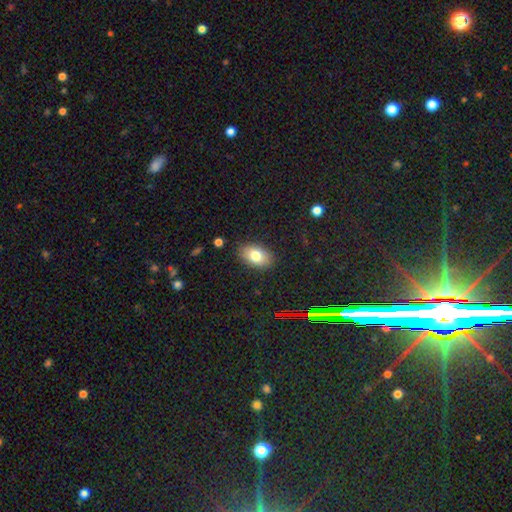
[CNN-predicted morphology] smooth 79%, featured or disk 12%, star or artifact 10%. Down the decision tree: how rounded — in between (87%); merging — none (86%).